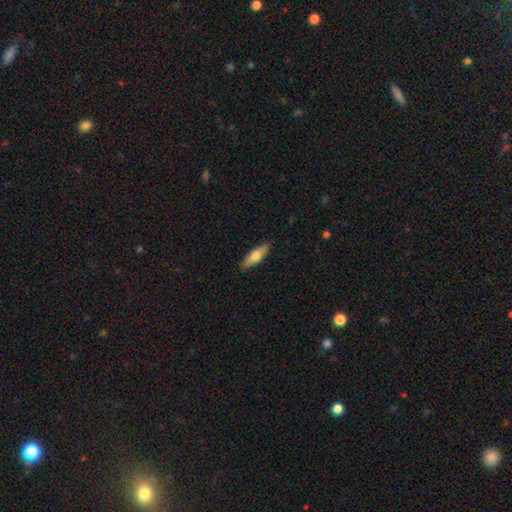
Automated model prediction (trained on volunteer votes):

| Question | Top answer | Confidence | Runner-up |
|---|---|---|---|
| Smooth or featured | smooth | 66% | featured or disk (29%) |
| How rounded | in between | 51% | cigar-shaped (47%) |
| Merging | none | 89% | minor disturbance (8%) |